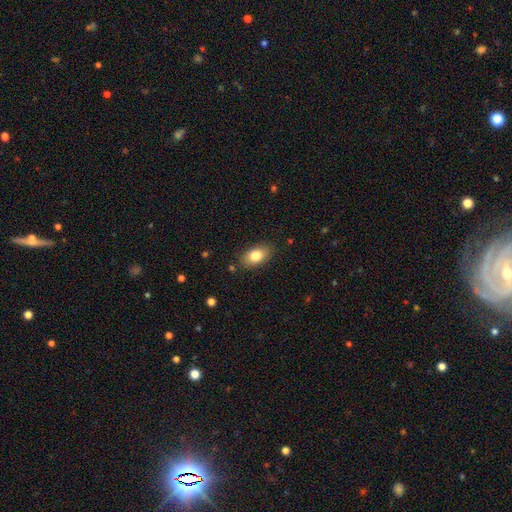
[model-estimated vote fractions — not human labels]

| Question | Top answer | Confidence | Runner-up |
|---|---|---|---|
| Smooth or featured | smooth | 80% | featured or disk (12%) |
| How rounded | in between | 90% | round (8%) |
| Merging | none | 84% | minor disturbance (12%) |